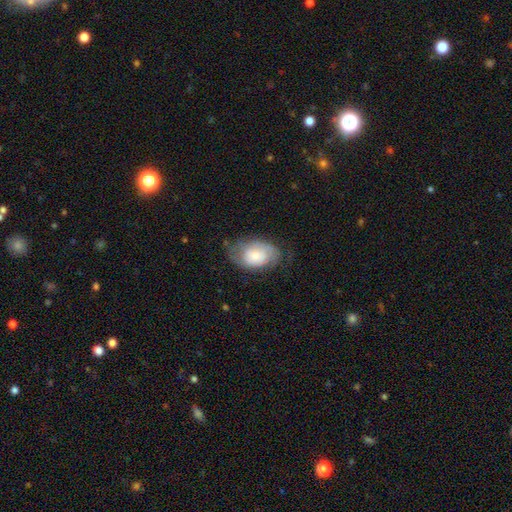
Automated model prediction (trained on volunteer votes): smooth-or-featured: smooth: 51% | featured or disk: 42% | star or artifact: 7%
  how-rounded: in between: 86% | round: 13% | cigar-shaped: 1%
  merging: none: 58% | minor disturbance: 27% | major disturbance: 13% | merger: 1%